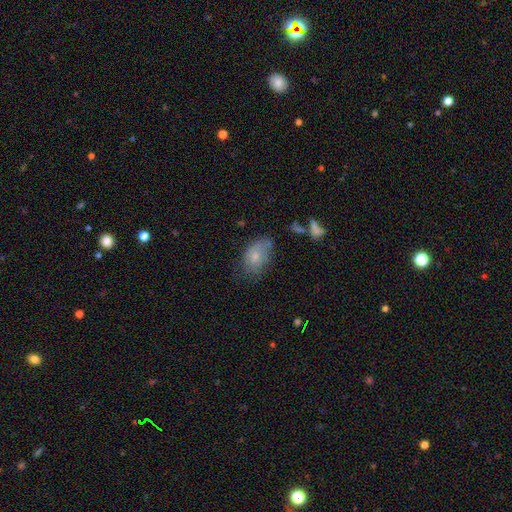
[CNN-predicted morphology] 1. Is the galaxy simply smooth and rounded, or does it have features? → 70% smooth, 21% featured or disk, 9% star or artifact.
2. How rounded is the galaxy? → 85% in between, 14% round, 1% cigar-shaped.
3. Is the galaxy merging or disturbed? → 51% none, 31% minor disturbance, 14% major disturbance, 4% merger.